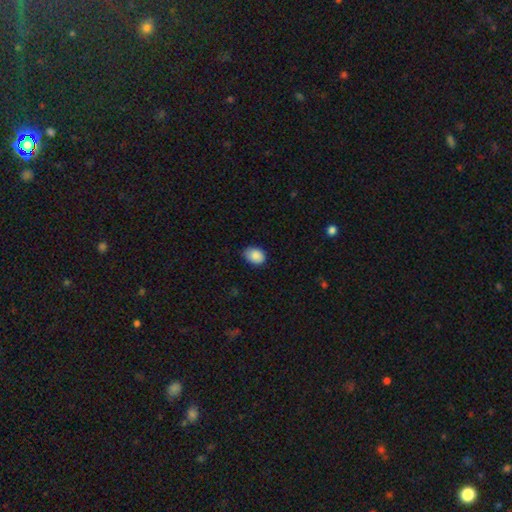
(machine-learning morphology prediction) Overall: smooth (88%). How rounded: in between (62%; round 38%). Merging: none (73%).